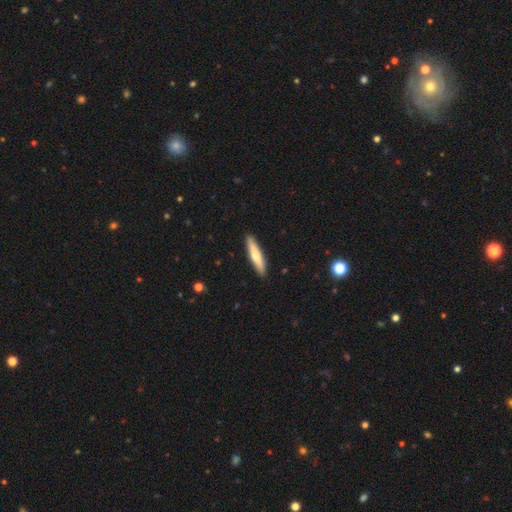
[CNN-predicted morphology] smooth-or-featured: smooth: 61% | featured or disk: 34% | star or artifact: 5%
  how-rounded: cigar-shaped: 86% | in between: 12% | round: 1%
  merging: none: 91% | minor disturbance: 7% | major disturbance: 1% | merger: 1%